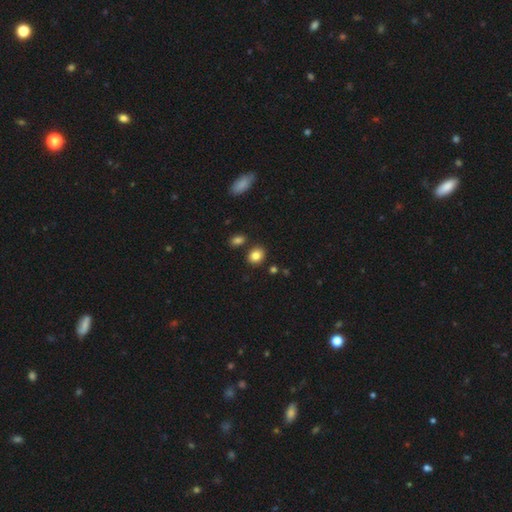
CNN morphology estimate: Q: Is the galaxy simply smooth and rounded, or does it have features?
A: smooth — 84%.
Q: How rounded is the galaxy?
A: round — 54%.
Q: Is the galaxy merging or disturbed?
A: none — 81%.